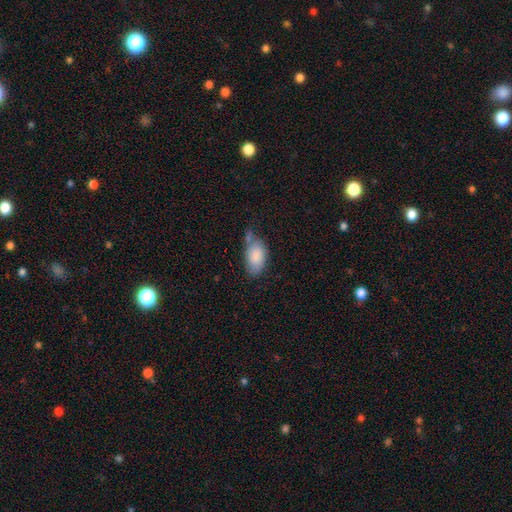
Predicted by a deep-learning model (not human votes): A smooth galaxy with no disk features (85%) that is in between round and cigar-shaped (94%). Merging: none (49%).